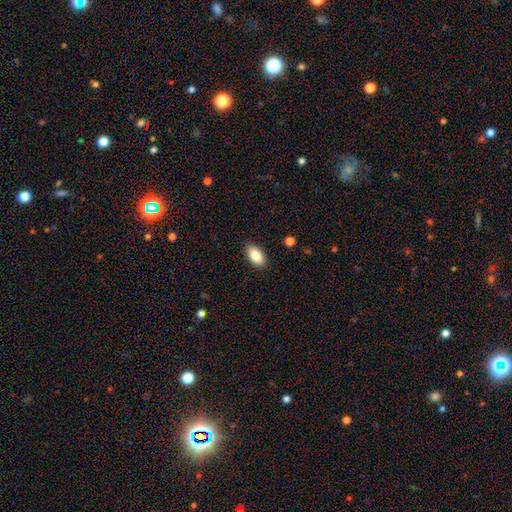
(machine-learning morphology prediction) A smooth galaxy with no disk features (87%) that is in between round and cigar-shaped (94%).

Vote fractions:
- Smooth or featured? smooth: 87% / star or artifact: 7% / featured or disk: 6%
- How rounded? in between: 94% / round: 4% / cigar-shaped: 2%
- Merging? none: 88% / minor disturbance: 9% / major disturbance: 2% / merger: 1%